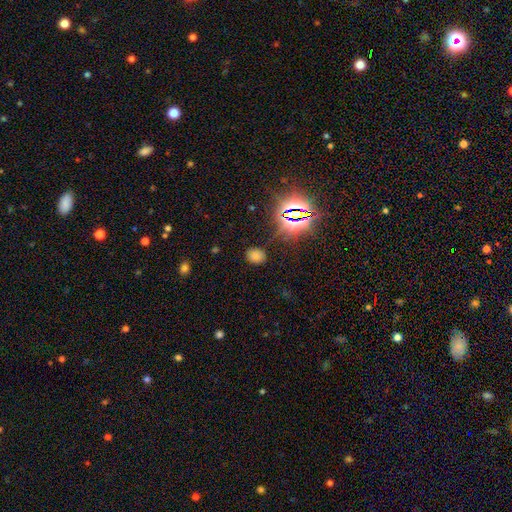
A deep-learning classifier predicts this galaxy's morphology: This appears to be a smooth galaxy with no disk features (66%) that is in between round and cigar-shaped (53%). Merging: none (83%).